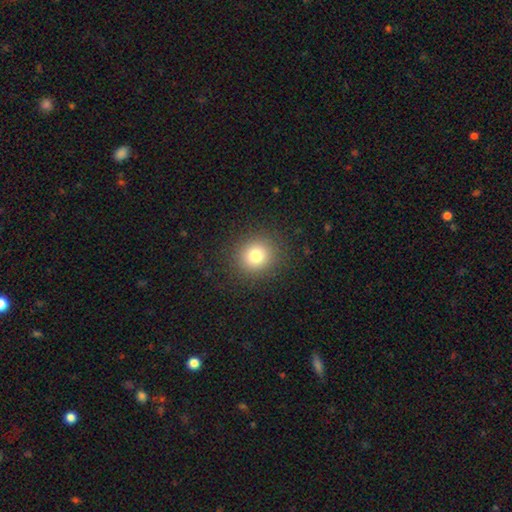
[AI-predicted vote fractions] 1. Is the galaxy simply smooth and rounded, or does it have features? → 79% smooth, 13% star or artifact, 8% featured or disk.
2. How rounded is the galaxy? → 89% round, 10% in between, 1% cigar-shaped.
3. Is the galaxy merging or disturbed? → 89% none, 6% minor disturbance, 3% major disturbance, 1% merger.